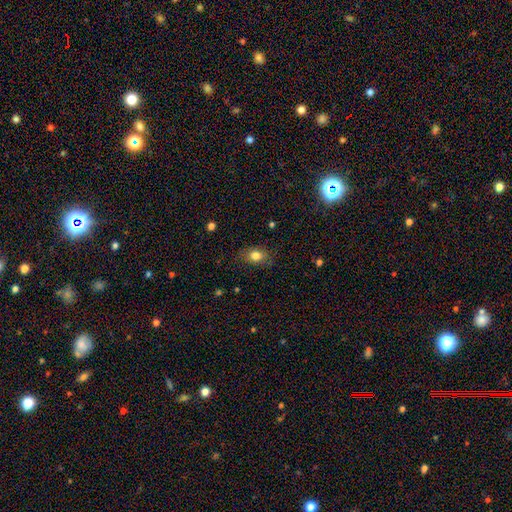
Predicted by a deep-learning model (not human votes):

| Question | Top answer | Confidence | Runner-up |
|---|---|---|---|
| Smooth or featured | smooth | 80% | featured or disk (10%) |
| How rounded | in between | 72% | round (26%) |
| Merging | none | 80% | minor disturbance (15%) |